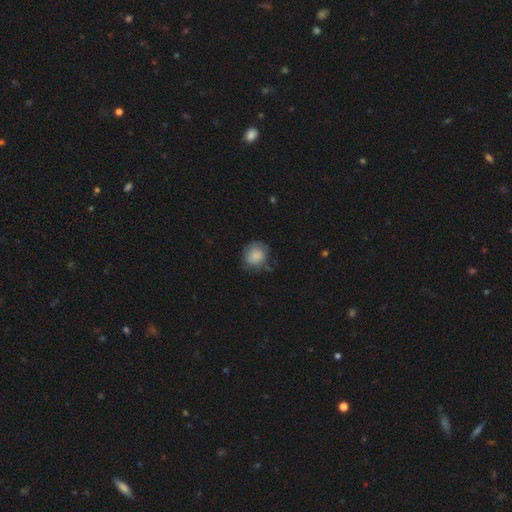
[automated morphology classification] Smooth or featured? smooth (82%)
How rounded? round (82%)
Merging? none (65%)